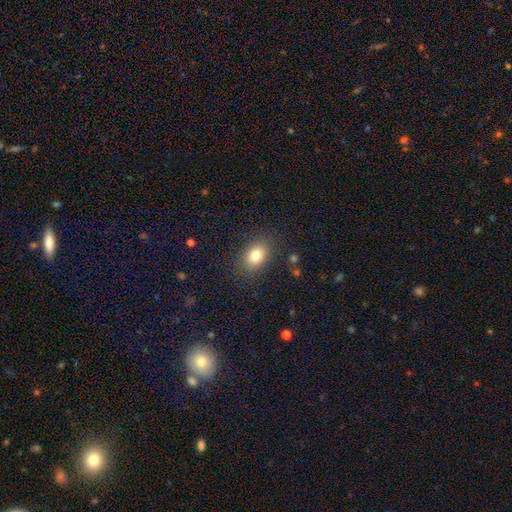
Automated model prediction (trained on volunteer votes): Morphology: type=smooth (82%); roundness=in between (75%); merging=none (85%).